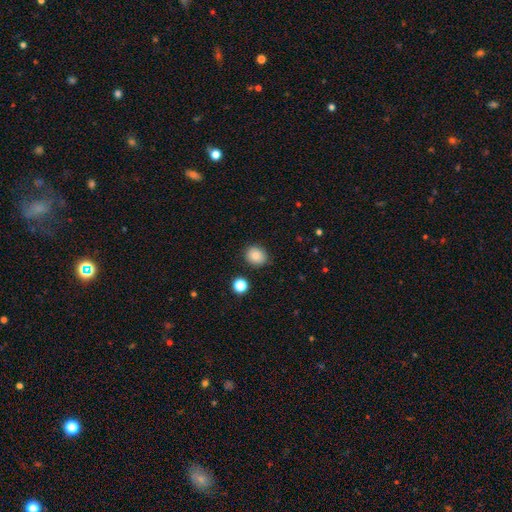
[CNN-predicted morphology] The model was most divided on "how rounded": round: 75%, in between: 24%, cigar-shaped: 1%. More confident: merging — none (86%); smooth or featured — smooth (83%).